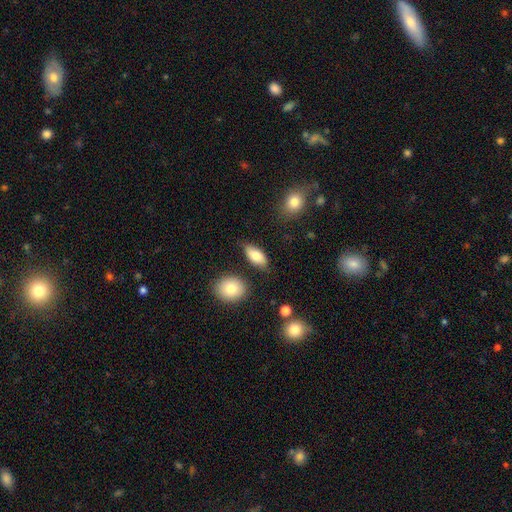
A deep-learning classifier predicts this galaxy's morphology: Smooth or featured: smooth — 79% (featured or disk — 14%)
How rounded: in between — 88% (cigar-shaped — 8%)
Merging: none — 78% (minor disturbance — 14%)